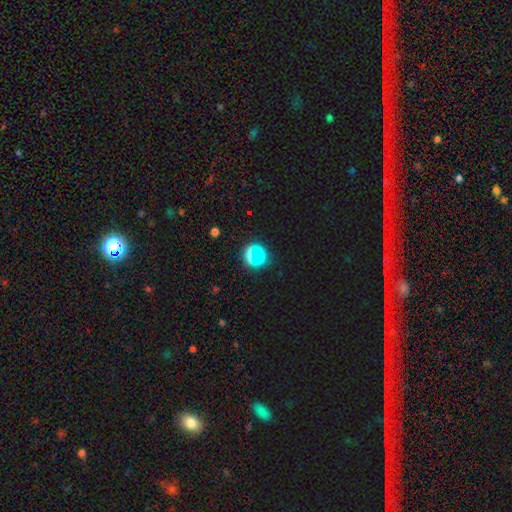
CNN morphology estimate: This is possibly a star or artifact rather than a galaxy (49%).